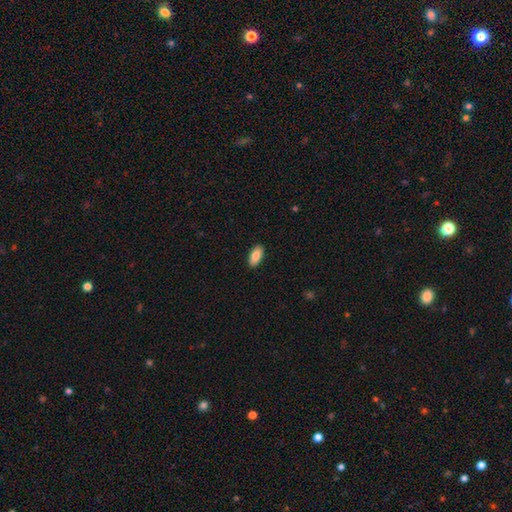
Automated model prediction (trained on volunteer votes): Smooth or featured? Predicted: smooth (p=0.85). How rounded? Predicted: in between (p=0.90). Merging? Predicted: none (p=0.90).